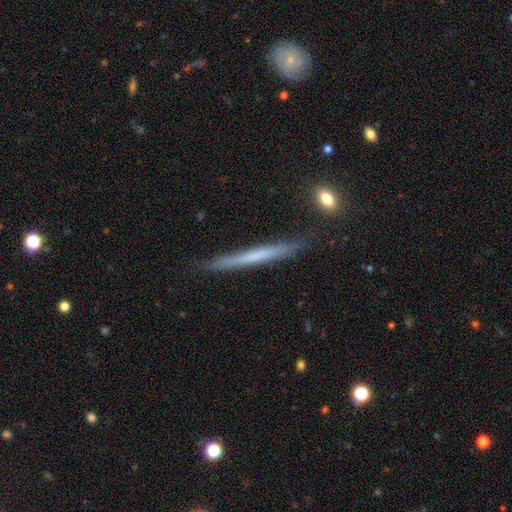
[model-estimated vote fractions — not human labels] Smooth or featured: featured or disk — 47% (smooth — 46%)
Merging: none — 84% (minor disturbance — 12%)